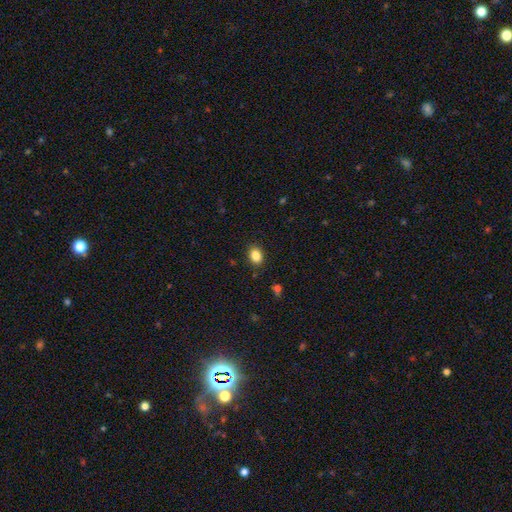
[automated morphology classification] This appears to be a smooth galaxy with no disk features (87%) that is in between round and cigar-shaped (73%). Merging: none (87%).